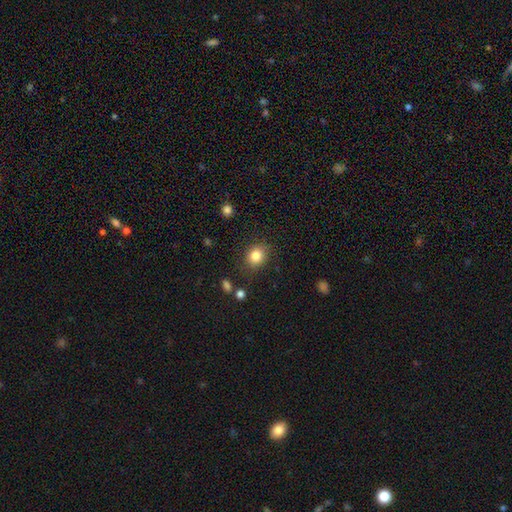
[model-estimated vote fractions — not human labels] A smooth galaxy with no disk features (84%) that is round (67%). Merging: none (83%).